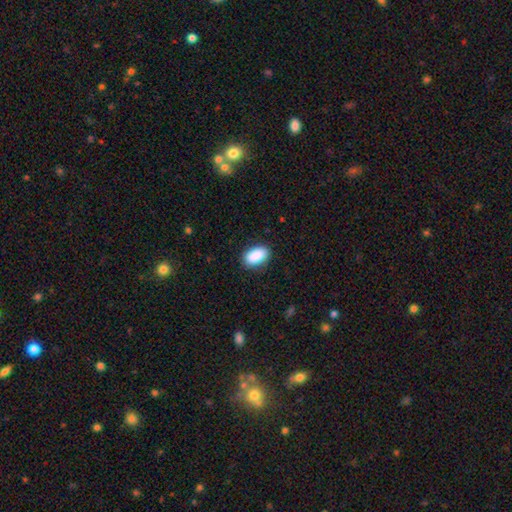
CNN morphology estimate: Q: Smooth or featured?
A: smooth (90%); runner-up: star or artifact (7%)
Q: How rounded?
A: in between (93%); runner-up: round (5%)
Q: Merging?
A: none (87%); runner-up: minor disturbance (10%)